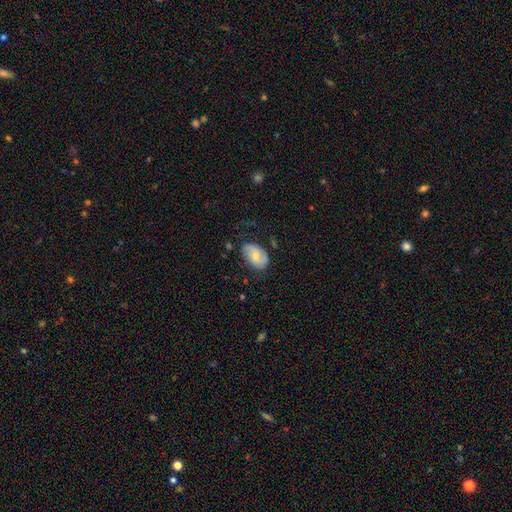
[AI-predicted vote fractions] Smooth or featured: smooth — 57% (featured or disk — 36%)
How rounded: in between — 90% (round — 9%)
Merging: none — 65% (minor disturbance — 27%)